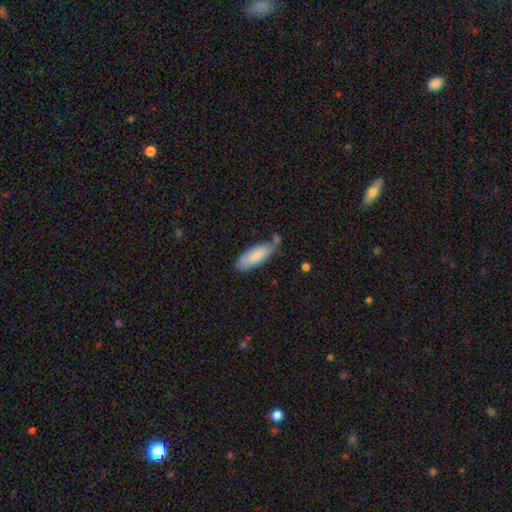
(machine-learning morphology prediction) A smooth galaxy with no disk features (81%) that is in between round and cigar-shaped (67%). Merging: none (56%).